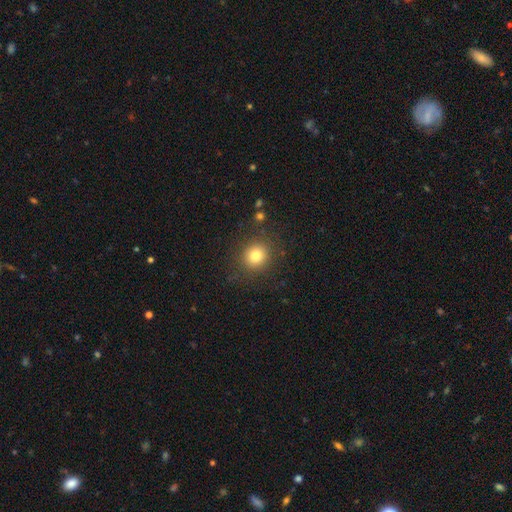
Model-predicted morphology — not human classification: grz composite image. It shows a smooth galaxy with no disk features (80%) that is round (87%). Merging: none (87%).